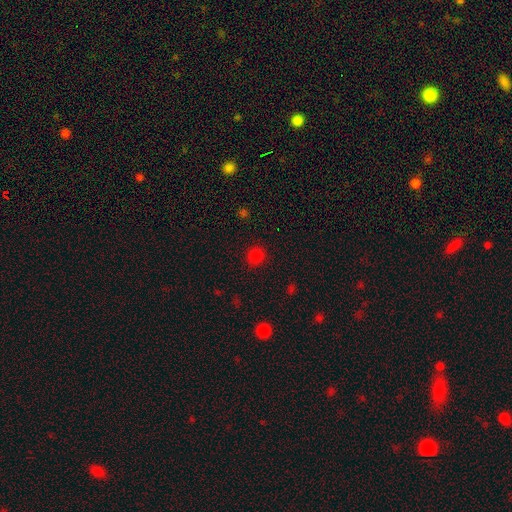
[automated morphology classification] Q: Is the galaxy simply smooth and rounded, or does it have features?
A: smooth — 79%.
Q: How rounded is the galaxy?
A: round — 90%.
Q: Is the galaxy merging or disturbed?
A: none — 89%.